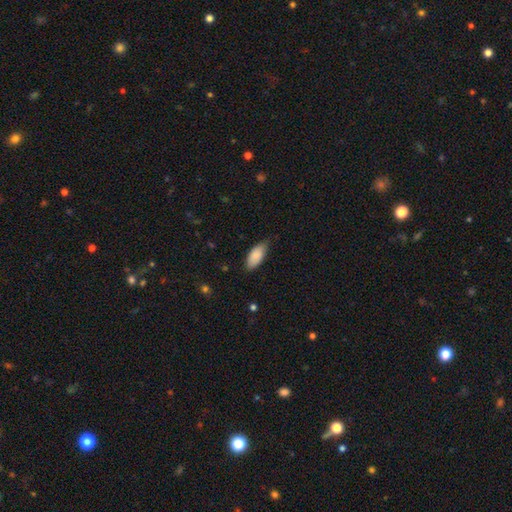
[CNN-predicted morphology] A smooth galaxy with no disk features (87%) that is in between round and cigar-shaped (89%).

Vote fractions:
- Smooth or featured? smooth: 87% / featured or disk: 8% / star or artifact: 6%
- How rounded? in between: 89% / cigar-shaped: 10% / round: 2%
- Merging? none: 70% / minor disturbance: 25% / major disturbance: 3% / merger: 1%